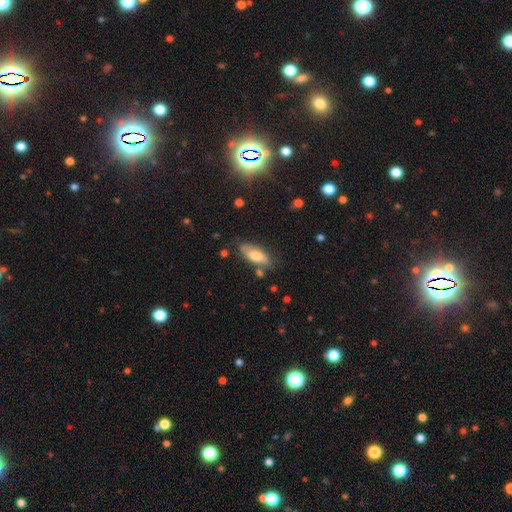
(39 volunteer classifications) Volunteers were most divided on "smooth or featured": smooth: 49%, featured or disk: 46%, star or artifact: 5%. More confident: how rounded — in between (74%); merging — none (70%).